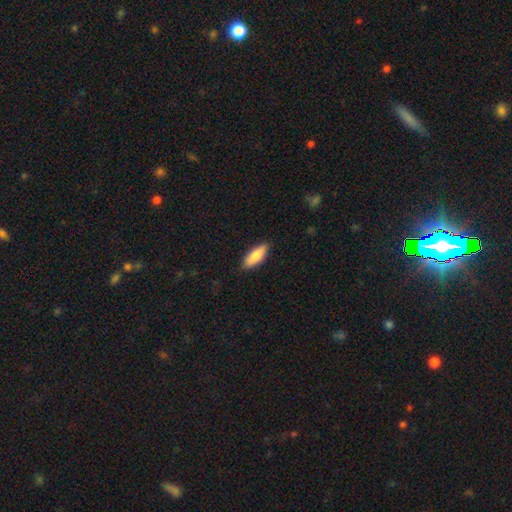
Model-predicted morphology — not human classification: This is likely a smooth galaxy (80%). How rounded: likely in between (66%). Merging: clearly none (85%).